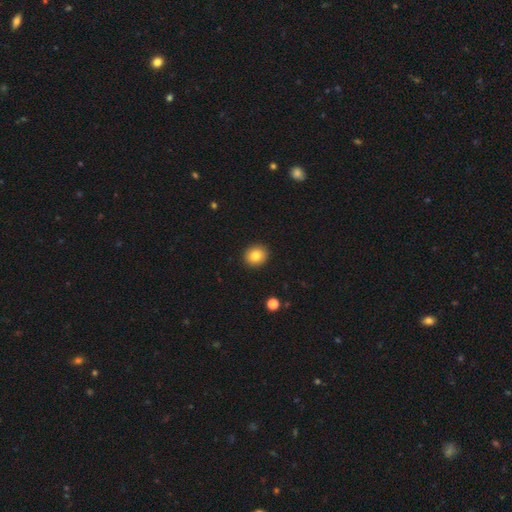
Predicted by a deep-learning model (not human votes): Overall: smooth (83%). How rounded: round (82%). Merging: none (92%).